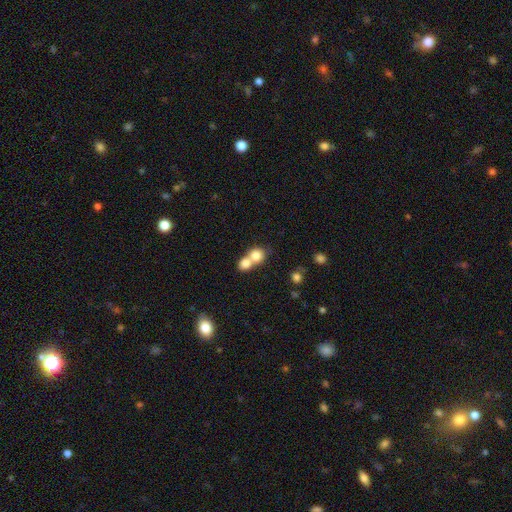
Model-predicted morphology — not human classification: smooth-or-featured: smooth: 78% | featured or disk: 13% | star or artifact: 9%
  how-rounded: round: 74% | in between: 25% | cigar-shaped: 1%
  merging: merger: 68% | none: 25% | minor disturbance: 4% | major disturbance: 2%